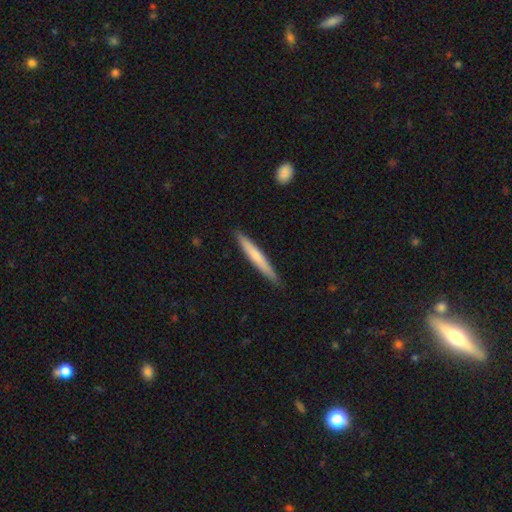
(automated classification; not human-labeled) Smooth or featured: smooth — 61% (featured or disk — 33%)
How rounded: cigar-shaped — 96% (in between — 3%)
Merging: none — 88% (minor disturbance — 9%)